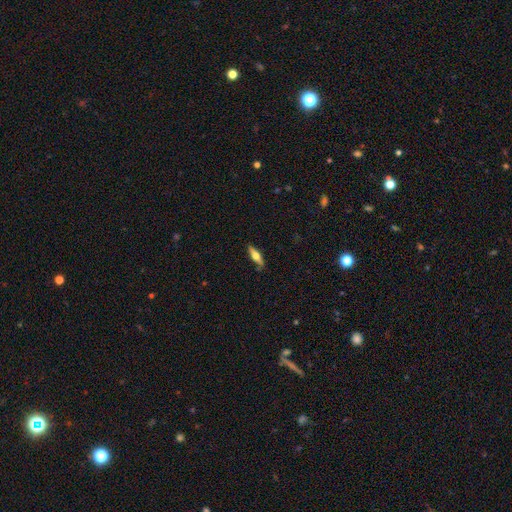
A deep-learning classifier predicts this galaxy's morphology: This appears to be a featured or disk galaxy (48%). Merging: none (83%).